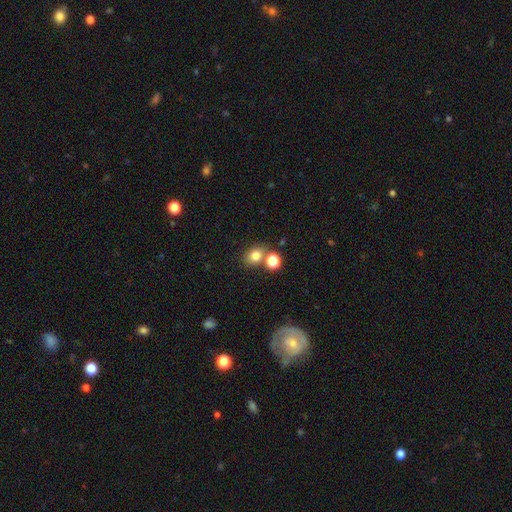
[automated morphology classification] smooth 79%, star or artifact 13%, featured or disk 7%. Down the decision tree: how rounded — round (56%); merging — none (62%).